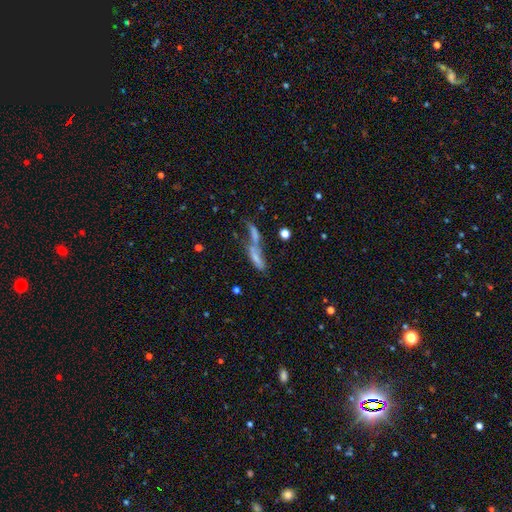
Volunteers were most divided on "smooth or featured" (2-way tie): smooth: 46%, featured or disk: 46%, star or artifact: 8%. More confident: merging — merger (62%); how rounded — in between (53%).